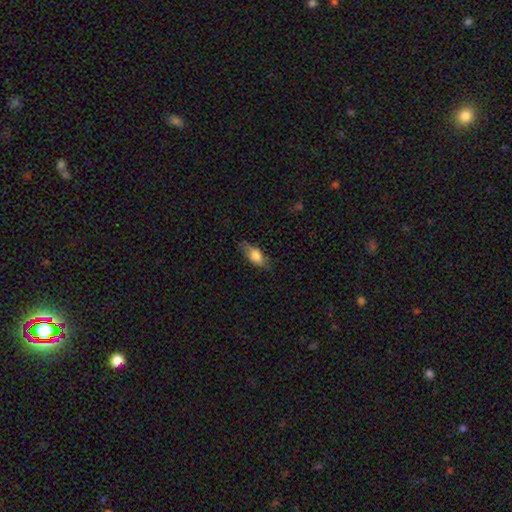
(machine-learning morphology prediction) A smooth galaxy with no disk features (76%) that is in between round and cigar-shaped (79%).

Vote fractions:
- Smooth or featured? smooth: 76% / featured or disk: 17% / star or artifact: 7%
- How rounded? in between: 79% / cigar-shaped: 18% / round: 4%
- Merging? none: 75% / minor disturbance: 19% / major disturbance: 5% / merger: 1%